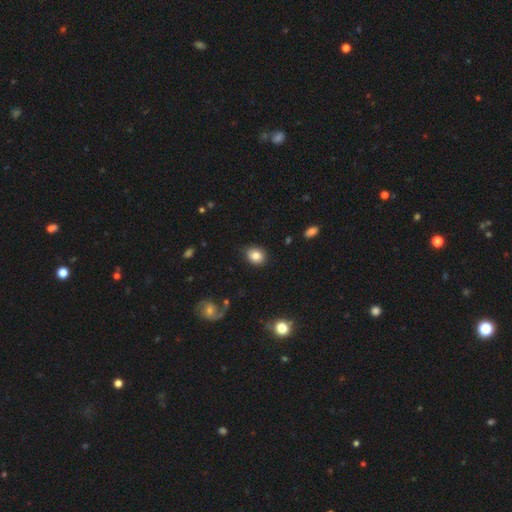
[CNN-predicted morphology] Smooth or featured? smooth (82%)
How rounded? round (51%)
Merging? none (82%)